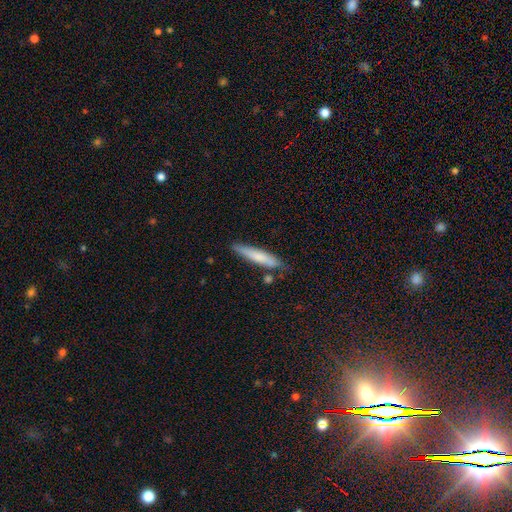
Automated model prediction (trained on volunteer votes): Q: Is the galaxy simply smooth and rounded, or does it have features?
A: smooth — 69%.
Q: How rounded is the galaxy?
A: cigar-shaped — 89%.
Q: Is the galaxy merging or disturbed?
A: none — 76%.